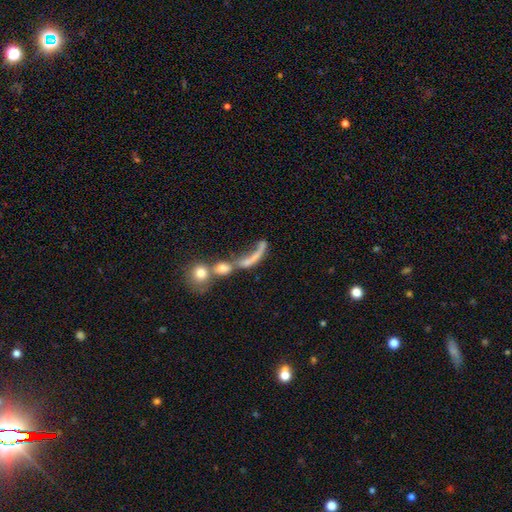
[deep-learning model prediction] A smooth galaxy with no disk features (48%).

Vote fractions:
- Smooth or featured? smooth: 48% / featured or disk: 38% / star or artifact: 13%
- Merging? merger: 57% / major disturbance: 19% / none: 17% / minor disturbance: 7%